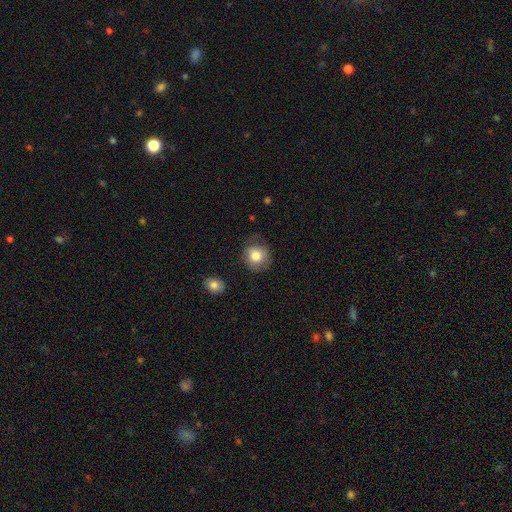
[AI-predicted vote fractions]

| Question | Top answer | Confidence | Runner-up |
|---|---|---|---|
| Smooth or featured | smooth | 79% | featured or disk (12%) |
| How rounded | round | 84% | in between (15%) |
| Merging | none | 69% | minor disturbance (21%) |